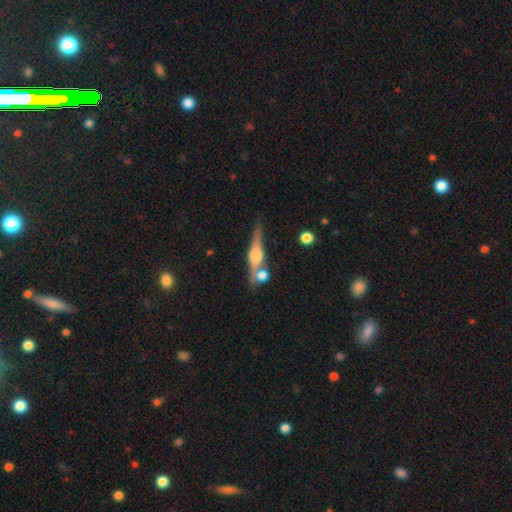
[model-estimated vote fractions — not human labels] A featured or disk galaxy (73%) viewed edge-on (96%) with a rounded central bulge (88%).

Vote fractions:
- Smooth or featured? featured or disk: 73% / smooth: 21% / star or artifact: 7%
- Edge-on disk? yes: 96% / no: 4%
- Edge-on bulge? rounded: 88% / boxy: 9% / none: 3%
- Merging? none: 66% / merger: 19% / minor disturbance: 12% / major disturbance: 4%